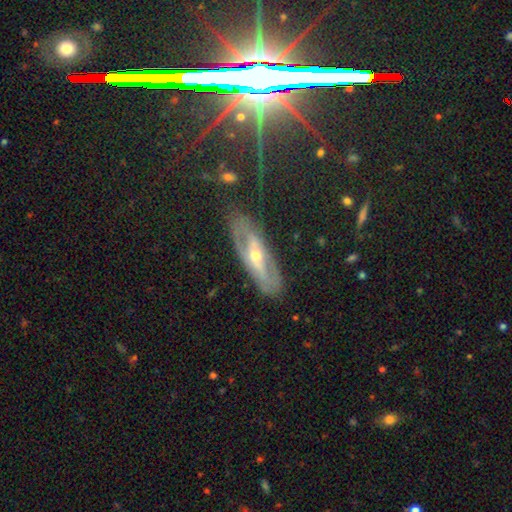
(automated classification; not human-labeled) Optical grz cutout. It shows a featured or disk galaxy (72%) with no bar (49%), spiral arms (59%) and a moderate central bulge (57%). Merging: none (77%).